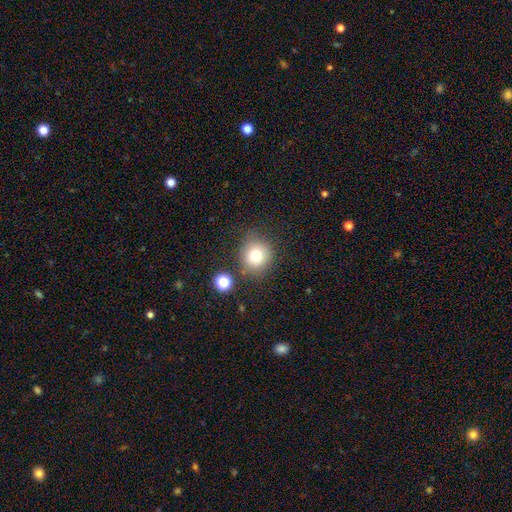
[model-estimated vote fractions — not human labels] smooth-or-featured: smooth: 76% | star or artifact: 13% | featured or disk: 11%
  how-rounded: round: 87% | in between: 12% | cigar-shaped: 1%
  merging: none: 77% | minor disturbance: 12% | merger: 6% | major disturbance: 4%